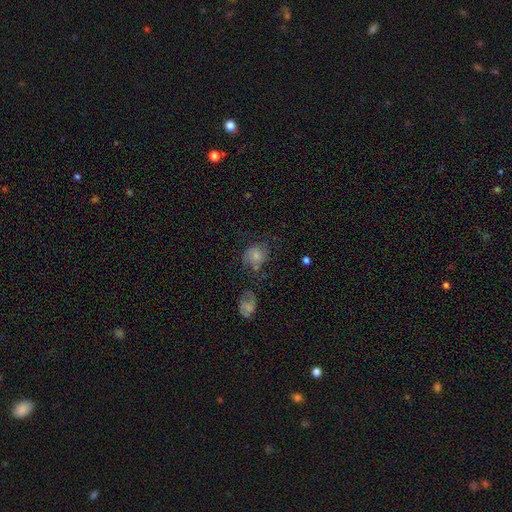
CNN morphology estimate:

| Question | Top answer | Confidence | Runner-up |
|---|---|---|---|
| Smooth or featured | smooth | 57% | featured or disk (31%) |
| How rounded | round | 69% | in between (29%) |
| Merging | none | 45% | minor disturbance (22%) |